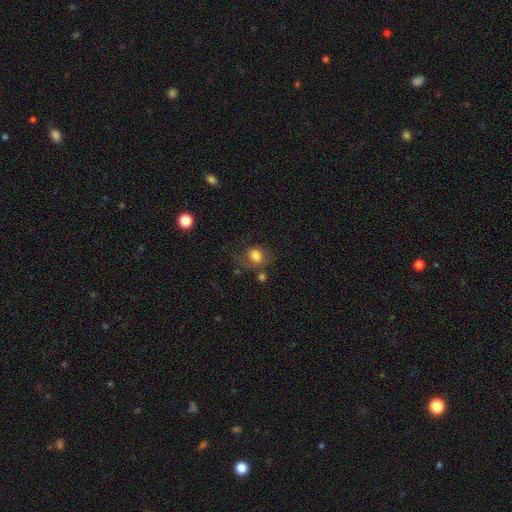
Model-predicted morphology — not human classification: This appears to be a smooth galaxy with no disk features (78%) that is round (57%). Merging: none (55%).